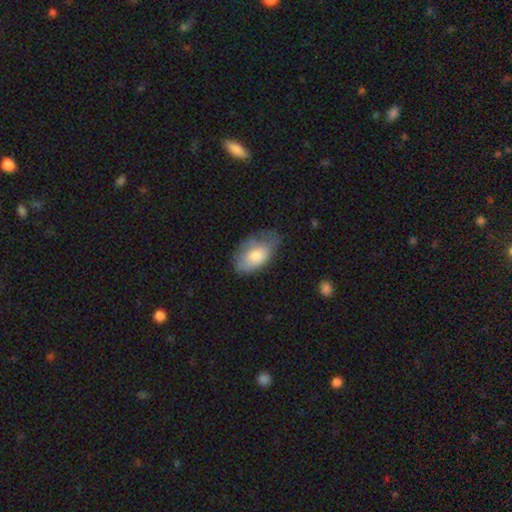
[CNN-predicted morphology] This is likely a smooth galaxy (73%). How rounded: clearly in between (93%). Merging: possibly none (46%).